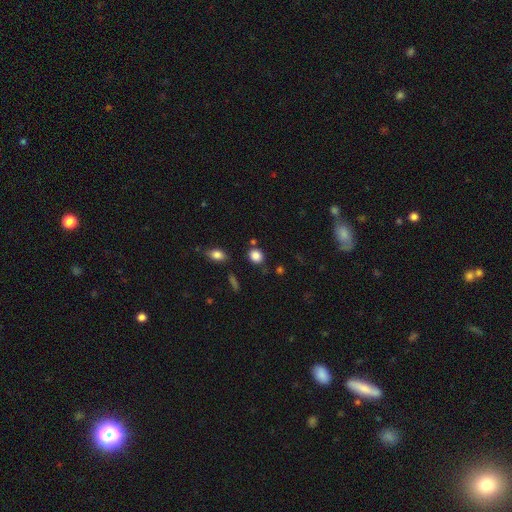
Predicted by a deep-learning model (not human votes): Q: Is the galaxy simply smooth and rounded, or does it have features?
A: smooth — 85%.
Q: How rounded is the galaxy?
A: round — 66%.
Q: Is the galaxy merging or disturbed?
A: none — 79%.